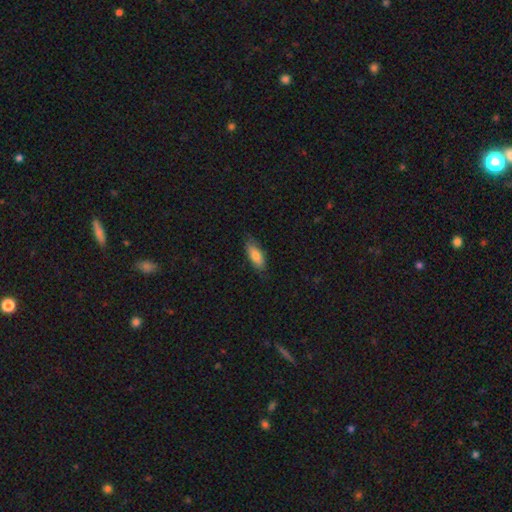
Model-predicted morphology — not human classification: smooth 77%, featured or disk 16%, star or artifact 6%. Down the decision tree: how rounded — in between (72%); merging — none (77%).